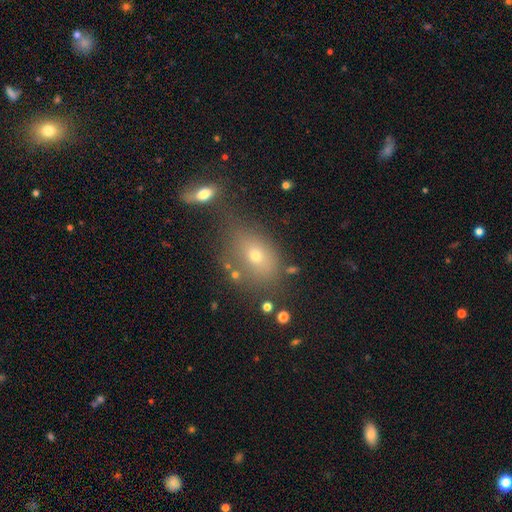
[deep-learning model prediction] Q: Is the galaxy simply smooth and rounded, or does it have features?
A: smooth — 62%.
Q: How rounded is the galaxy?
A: in between — 68%.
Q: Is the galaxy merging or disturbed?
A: none — 59%.